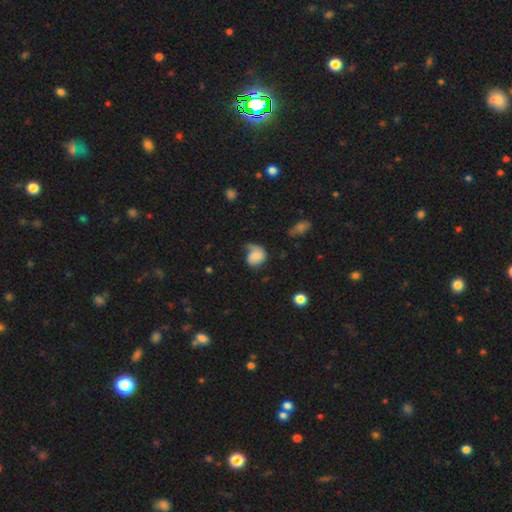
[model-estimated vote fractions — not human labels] Smooth or featured?
  - smooth: 61% *
  - featured or disk: 31%
  - star or artifact: 8%
How rounded?
  - round: 62% *
  - in between: 37%
  - cigar-shaped: 1%
Merging?
  - none: 33% * (tied)
  - minor disturbance: 33% * (tied)
  - major disturbance: 30%
  - merger: 3%